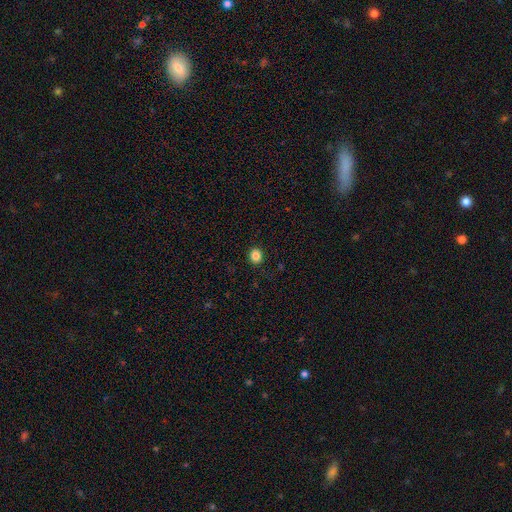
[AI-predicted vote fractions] Smooth or featured? Predicted: smooth (p=0.85). How rounded? Predicted: round (p=0.80). Merging? Predicted: none (p=0.90).